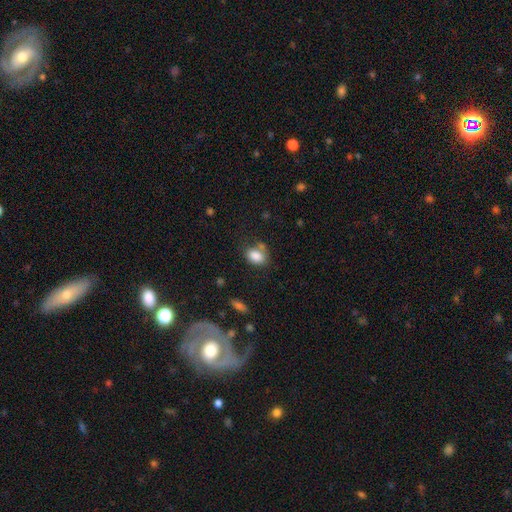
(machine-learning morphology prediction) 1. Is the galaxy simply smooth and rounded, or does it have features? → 84% smooth, 9% star or artifact, 7% featured or disk.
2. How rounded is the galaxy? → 78% in between, 20% round, 1% cigar-shaped.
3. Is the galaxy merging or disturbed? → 55% none, 20% minor disturbance, 17% merger, 8% major disturbance.